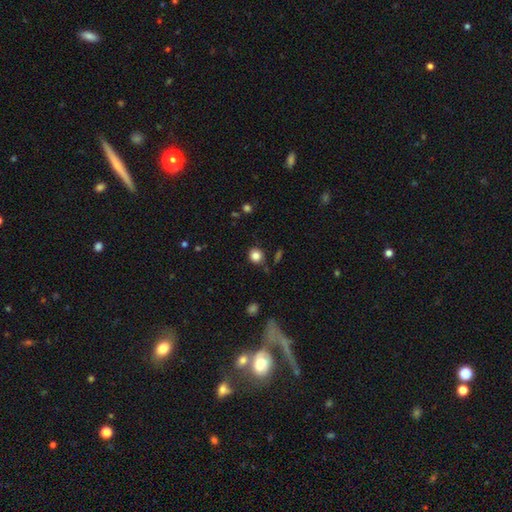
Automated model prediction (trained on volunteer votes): Smooth or featured? Predicted: smooth (p=0.83). How rounded? Predicted: round (p=0.85). Merging? Predicted: none (p=0.82).